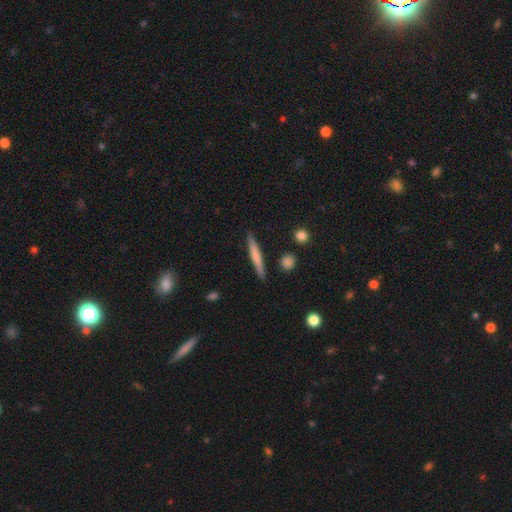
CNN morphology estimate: Smooth or featured? Predicted: smooth (p=0.62). How rounded? Predicted: cigar-shaped (p=0.95). Merging? Predicted: none (p=0.89).